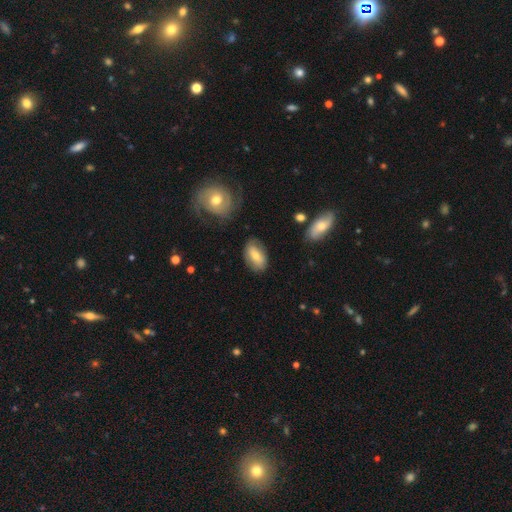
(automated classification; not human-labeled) A smooth galaxy with no disk features (63%) that is in between round and cigar-shaped (90%). Merging: none (77%).